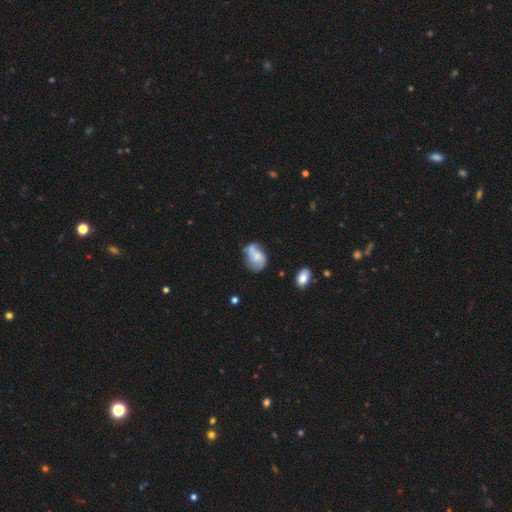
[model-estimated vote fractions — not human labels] Morphology: type=smooth (46%, tied with featured or disk); merging=none (38%).